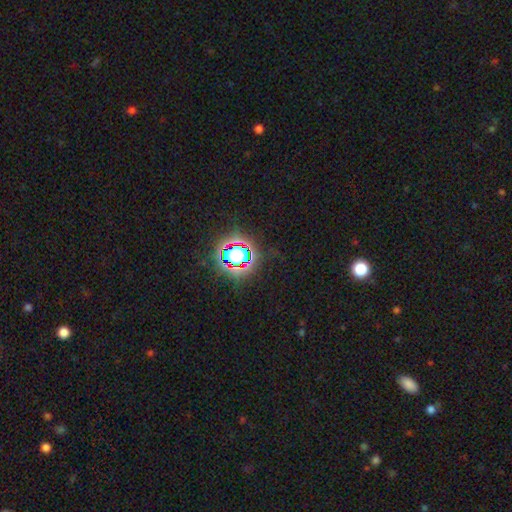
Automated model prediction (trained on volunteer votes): Q: Smooth or featured?
A: star or artifact (80%); runner-up: smooth (12%)